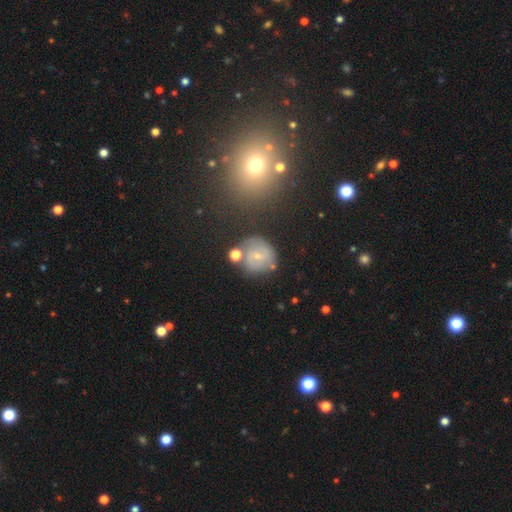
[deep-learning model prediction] The model was most divided on "bar": no: 47%, weak: 43%, strong: 10%. More confident: edge-on disk — no (97%); spiral arms — yes (77%); bulge size — small (73%); merging — none (63%); smooth or featured — featured or disk (54%).